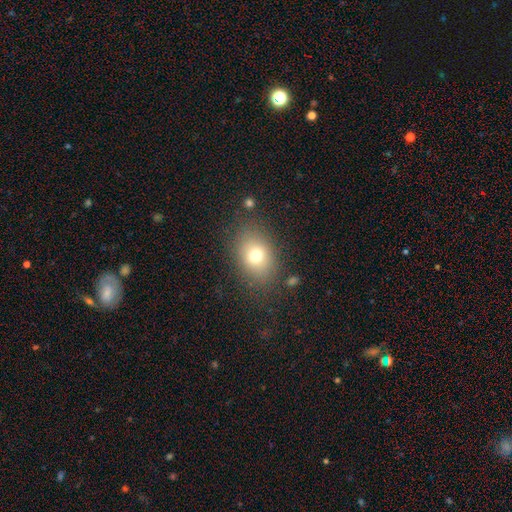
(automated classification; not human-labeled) A smooth galaxy with no disk features (73%) that is in between round and cigar-shaped (71%).

Vote fractions:
- Smooth or featured? smooth: 73% / featured or disk: 14% / star or artifact: 13%
- How rounded? in between: 71% / round: 28% / cigar-shaped: 1%
- Merging? none: 81% / minor disturbance: 11% / major disturbance: 5% / merger: 2%